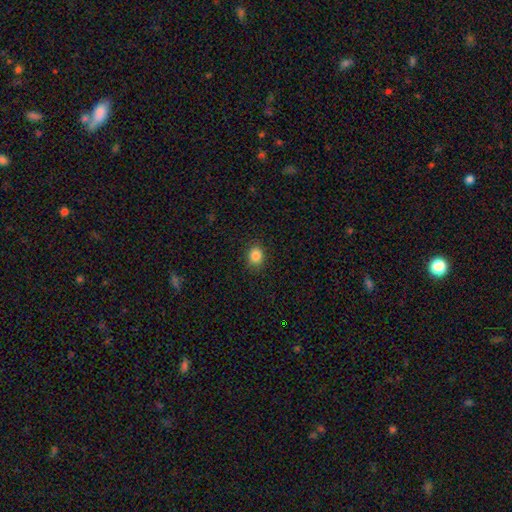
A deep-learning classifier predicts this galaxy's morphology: Q: Smooth or featured?
A: smooth (86%); runner-up: star or artifact (10%)
Q: How rounded?
A: round (58%); runner-up: in between (41%)
Q: Merging?
A: none (88%); runner-up: minor disturbance (9%)